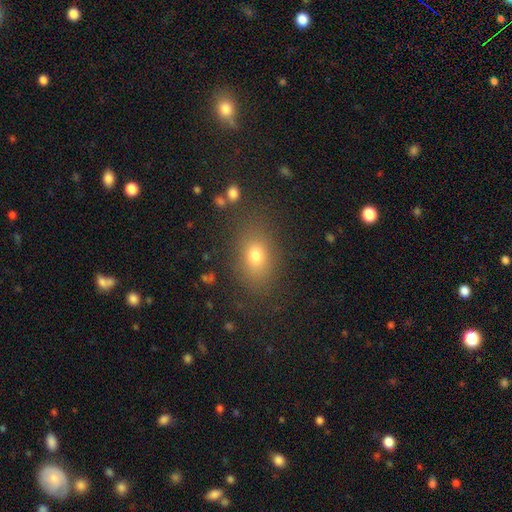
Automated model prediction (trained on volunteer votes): Overall: smooth (73%). How rounded: in between (74%). Merging: none (82%).